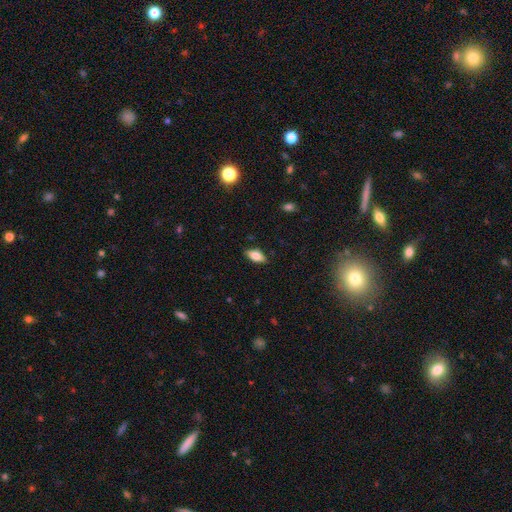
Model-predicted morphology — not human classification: type=smooth (72%); roundness=in between (86%); merging=none (85%).